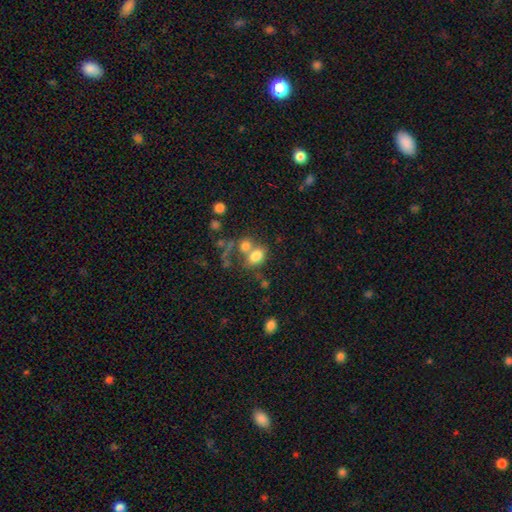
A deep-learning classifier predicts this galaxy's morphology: Overall: smooth (76%). How rounded: in between (72%). Merging: merger (43%; none 38%).